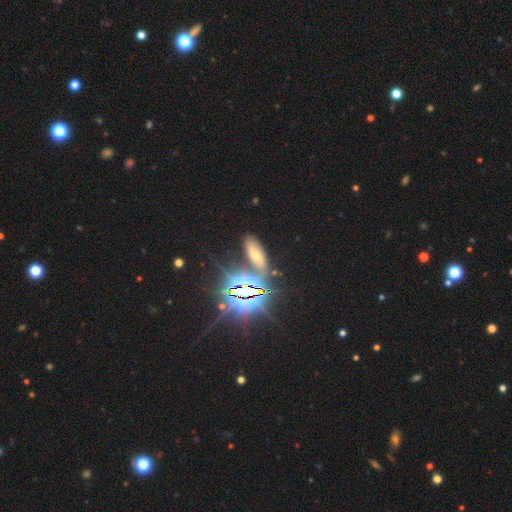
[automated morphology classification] smooth_or_featured: star or artifact (p=0.57) [alt: smooth p=0.24]